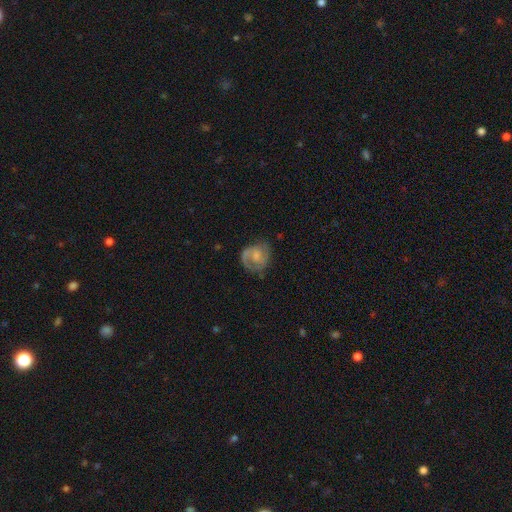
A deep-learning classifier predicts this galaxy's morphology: featured or disk 70%, smooth 24%, star or artifact 7%. Down the decision tree: edge-on disk — no (98%); bar — no (58%); spiral arms — yes (90%); spiral arm count — 2 (60%); spiral winding — medium (43%); bulge size — small (41%); merging — none (65%).